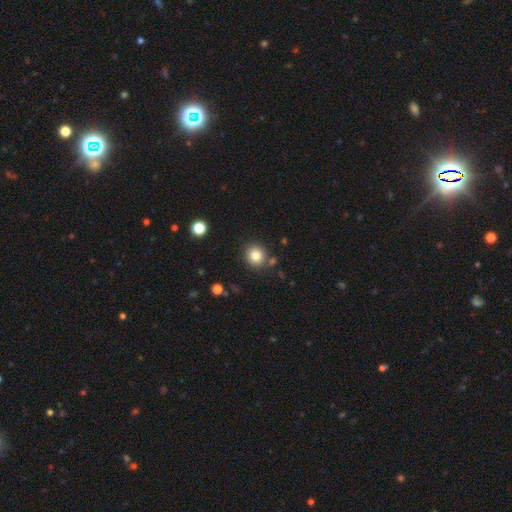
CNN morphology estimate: Q: Smooth or featured?
A: smooth (82%); runner-up: star or artifact (11%)
Q: How rounded?
A: round (90%); runner-up: in between (9%)
Q: Merging?
A: none (81%); runner-up: minor disturbance (9%)